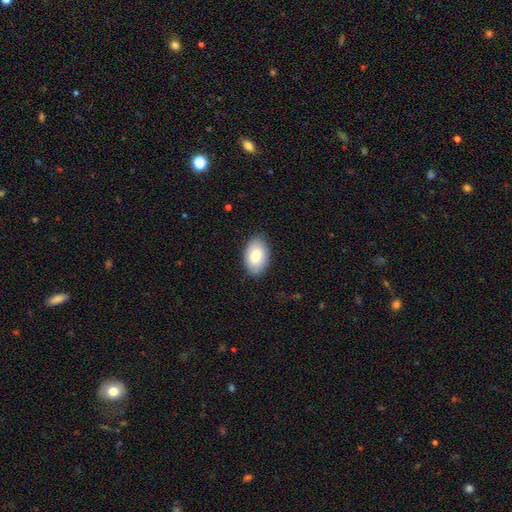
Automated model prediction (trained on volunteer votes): Smooth or featured? Predicted: smooth (p=0.80). How rounded? Predicted: in between (p=0.91). Merging? Predicted: none (p=0.85).